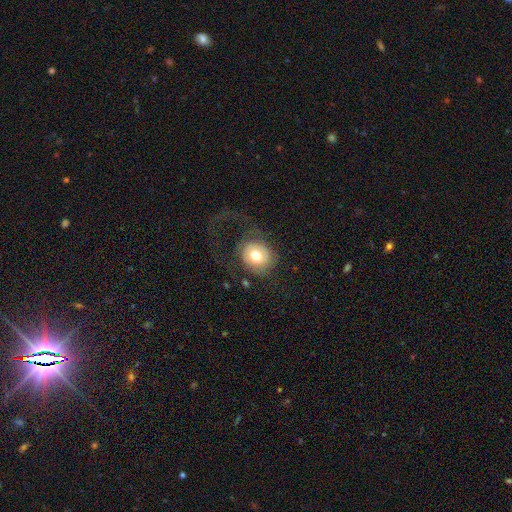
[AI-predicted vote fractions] A smooth galaxy with no disk features (57%) that is round (70%).

Vote fractions:
- Smooth or featured? smooth: 57% / featured or disk: 34% / star or artifact: 9%
- How rounded? round: 70% / in between: 29% / cigar-shaped: 1%
- Merging? none: 48% / major disturbance: 35% / minor disturbance: 15% / merger: 2%